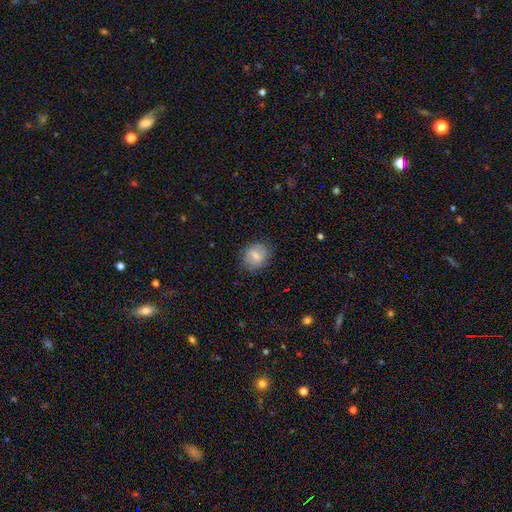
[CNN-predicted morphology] Smooth or featured: smooth — 71% (featured or disk — 20%)
How rounded: round — 58% (in between — 41%)
Merging: none — 81% (minor disturbance — 14%)